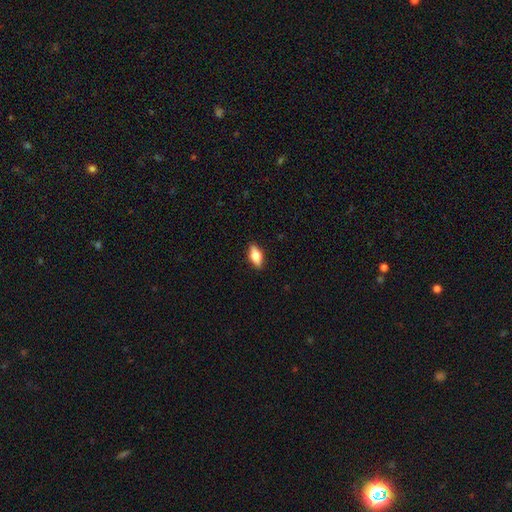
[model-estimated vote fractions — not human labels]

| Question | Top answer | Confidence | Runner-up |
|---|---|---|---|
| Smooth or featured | smooth | 59% | featured or disk (34%) |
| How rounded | in between | 78% | cigar-shaped (18%) |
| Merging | none | 88% | minor disturbance (9%) |